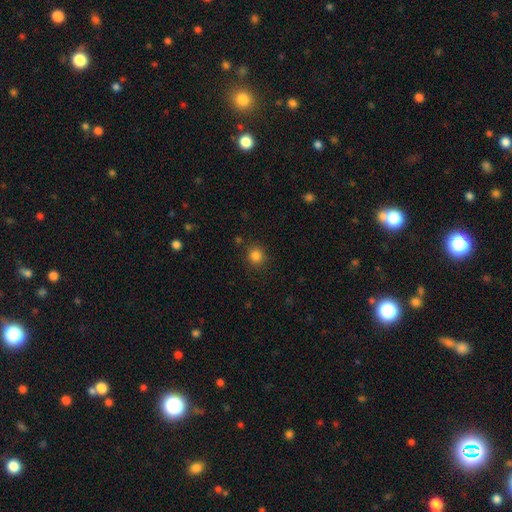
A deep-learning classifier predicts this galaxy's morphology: Smooth or featured: smooth — 83% (star or artifact — 13%)
How rounded: round — 88% (in between — 11%)
Merging: none — 87% (minor disturbance — 8%)